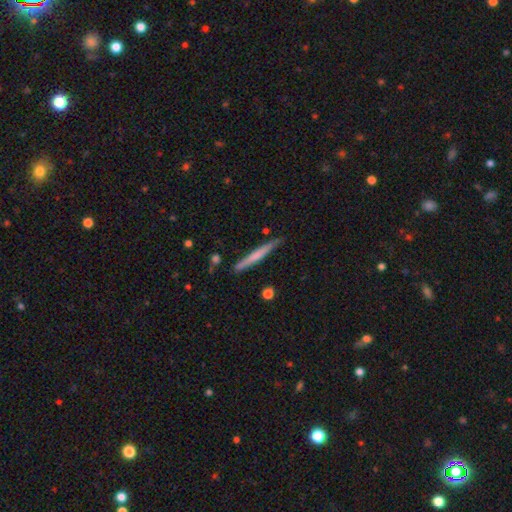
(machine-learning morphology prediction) This appears to be a smooth galaxy with no disk features (52%) that is cigar-shaped (96%). Merging: none (85%).